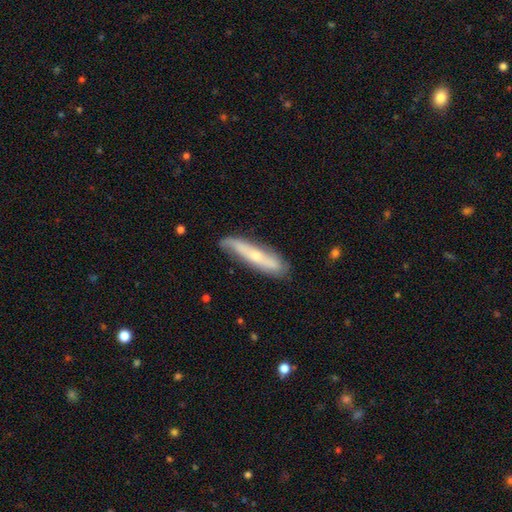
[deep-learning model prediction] Smooth or featured?
  - featured or disk: 57% *
  - smooth: 37%
  - star or artifact: 6%
Edge-on disk?
  - yes: 55% *
  - no: 45%
Merging?
  - none: 72% *
  - minor disturbance: 21%
  - major disturbance: 5%
  - merger: 2%